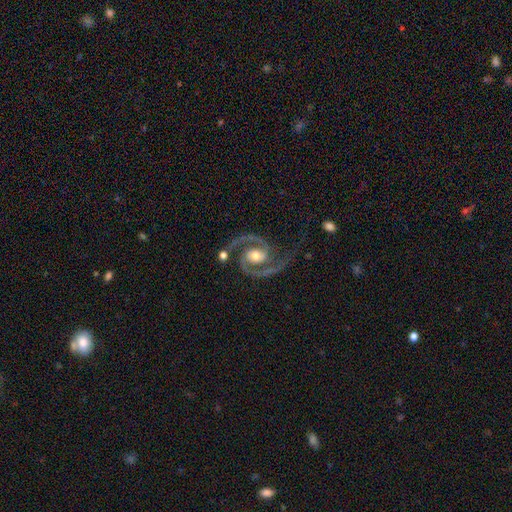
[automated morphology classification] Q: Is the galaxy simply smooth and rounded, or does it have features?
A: featured or disk — 93%.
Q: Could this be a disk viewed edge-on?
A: no — 98%.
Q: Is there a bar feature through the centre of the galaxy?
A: no — 53%.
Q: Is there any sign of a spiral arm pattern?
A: yes — 99%.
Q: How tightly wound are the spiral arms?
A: medium — 61%.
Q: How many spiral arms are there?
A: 2 — 94%.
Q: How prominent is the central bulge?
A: moderate — 69%.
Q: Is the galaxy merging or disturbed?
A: none — 73%.